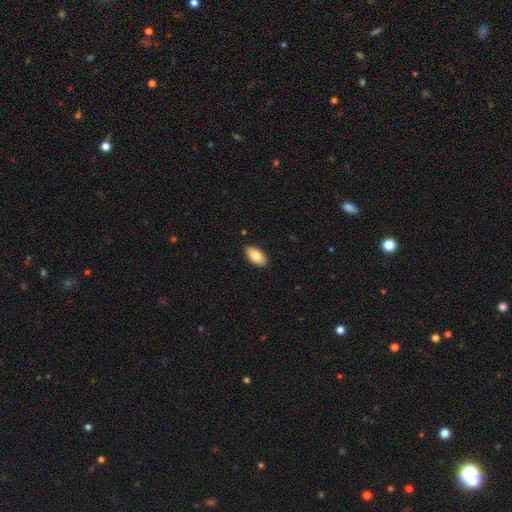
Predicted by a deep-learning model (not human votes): A smooth galaxy with no disk features (79%) that is in between round and cigar-shaped (94%).

Vote fractions:
- Smooth or featured? smooth: 79% / featured or disk: 15% / star or artifact: 6%
- How rounded? in between: 94% / cigar-shaped: 3% / round: 3%
- Merging? none: 89% / minor disturbance: 9% / major disturbance: 2% / merger: 1%